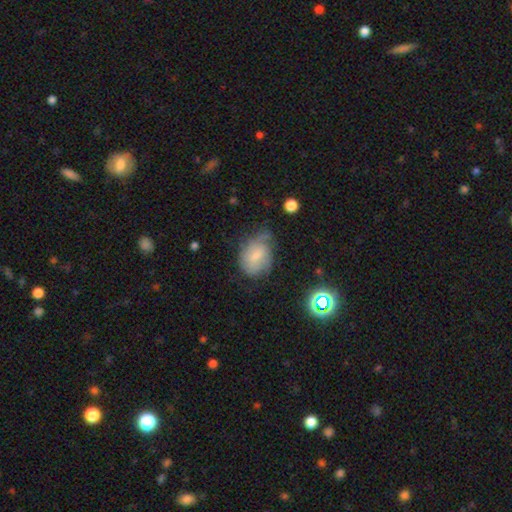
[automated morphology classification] A smooth galaxy with no disk features (62%) that is in between round and cigar-shaped (71%).

Vote fractions:
- Smooth or featured? smooth: 62% / featured or disk: 28% / star or artifact: 10%
- How rounded? in between: 71% / round: 27% / cigar-shaped: 1%
- Merging? none: 43% / minor disturbance: 39% / major disturbance: 16% / merger: 3%